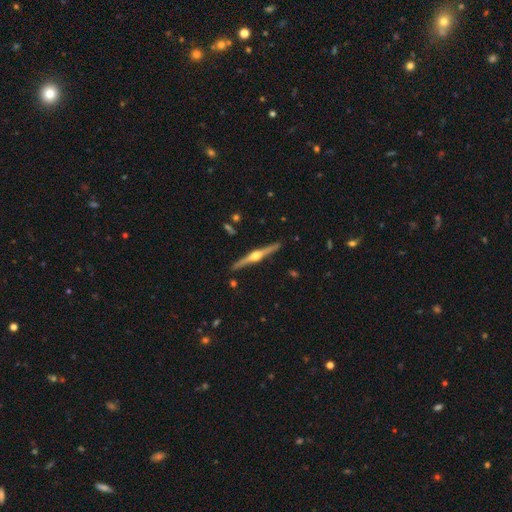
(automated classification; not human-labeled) This appears to be a featured or disk galaxy (83%) viewed edge-on (99%) with a rounded central bulge (95%). Merging: none (91%).